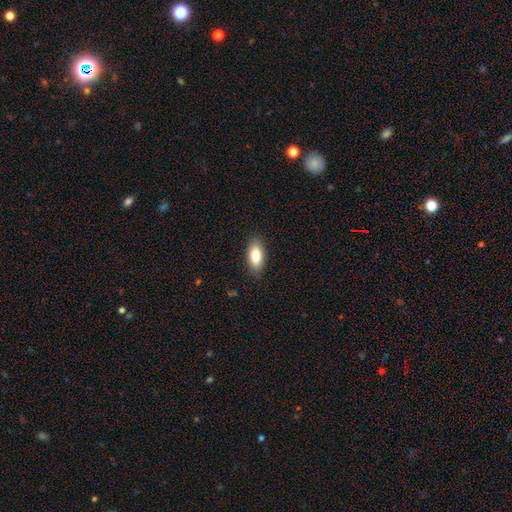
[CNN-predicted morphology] Smooth or featured? Predicted: smooth (p=0.84). How rounded? Predicted: in between (p=0.88). Merging? Predicted: none (p=0.87).